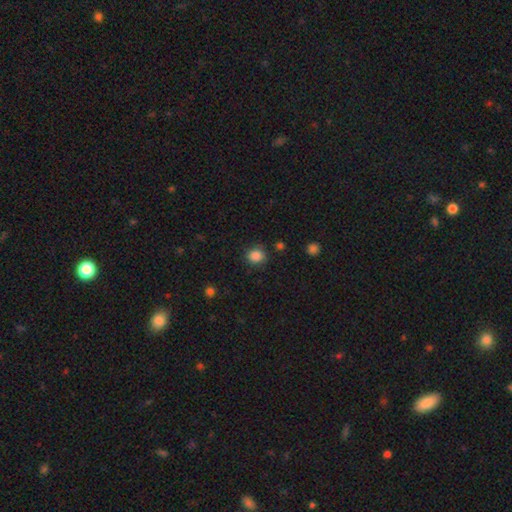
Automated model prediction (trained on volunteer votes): Smooth or featured?
  - smooth: 86% *
  - star or artifact: 11%
  - featured or disk: 3%
How rounded?
  - round: 85% *
  - in between: 14%
  - cigar-shaped: 1%
Merging?
  - none: 85% *
  - minor disturbance: 10%
  - major disturbance: 3%
  - merger: 2%